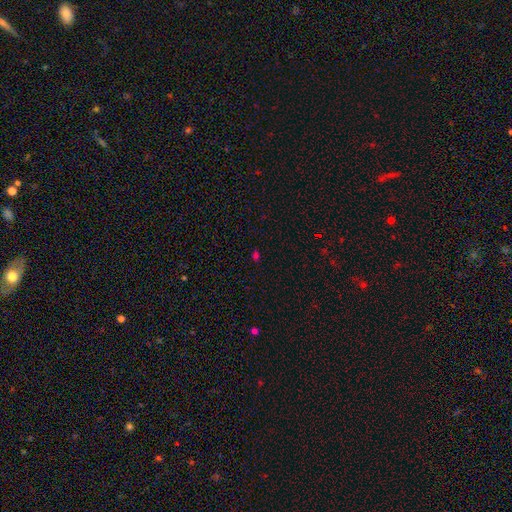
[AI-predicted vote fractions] smooth_or_featured: smooth (p=0.48) [alt: star or artifact p=0.45]
merging: none (p=0.77) [alt: minor disturbance p=0.12]